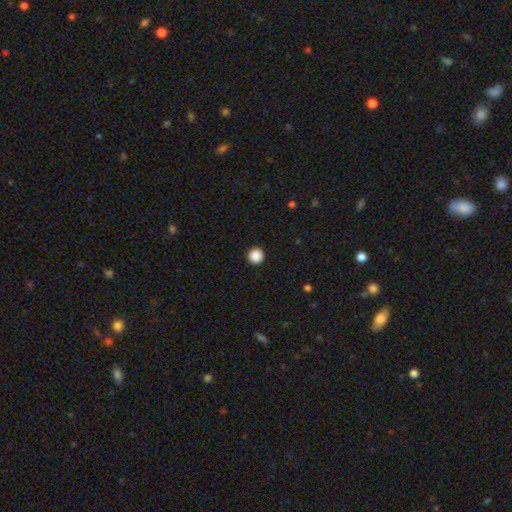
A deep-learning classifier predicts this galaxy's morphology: smooth-or-featured: smooth: 89% | star or artifact: 9% | featured or disk: 2%
  how-rounded: round: 96% | in between: 3% | cigar-shaped: 1%
  merging: none: 94% | minor disturbance: 4% | major disturbance: 1% | merger: 1%